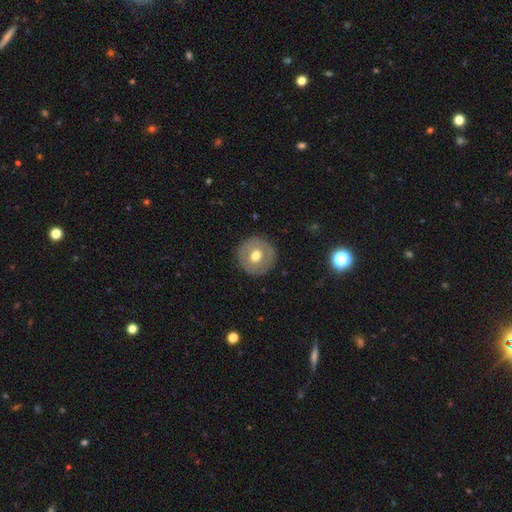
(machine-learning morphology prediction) Smooth or featured: smooth — 55% (featured or disk — 38%)
How rounded: round — 94% (in between — 5%)
Merging: none — 88% (minor disturbance — 8%)